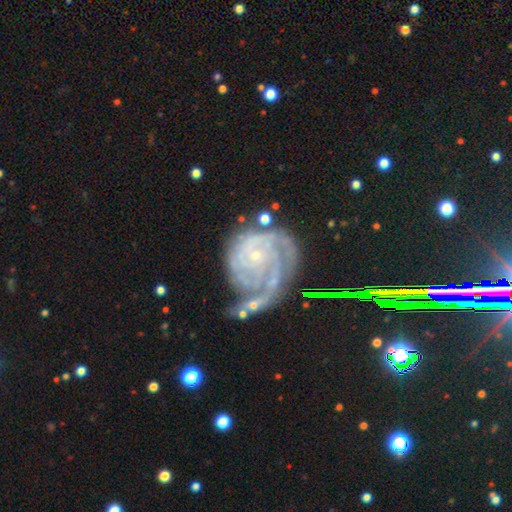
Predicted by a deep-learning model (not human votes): The model was most divided on "spiral arm count": 3: 26%, can't tell: 24%, 2: 18%, 4: 16%, more than 4: 9%, 1: 8%. Remaining: edge-on disk — no (98%); spiral arms — yes (97%); smooth or featured — featured or disk (87%); bulge size — small (85%); bar — no (76%); spiral winding — tight (76%); merging — none (46%).